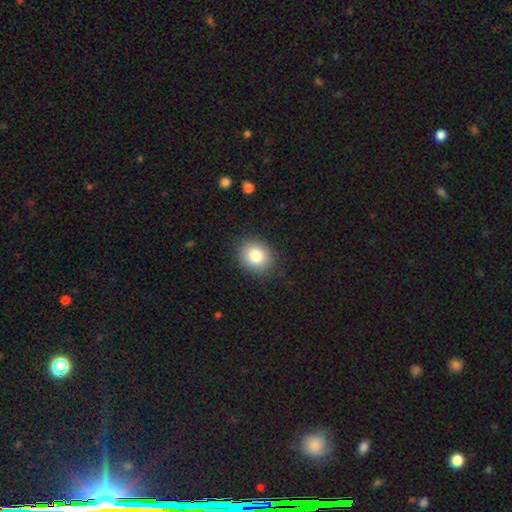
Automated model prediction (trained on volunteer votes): Smooth or featured? Predicted: smooth (p=0.84). How rounded? Predicted: round (p=0.61). Merging? Predicted: none (p=0.87).